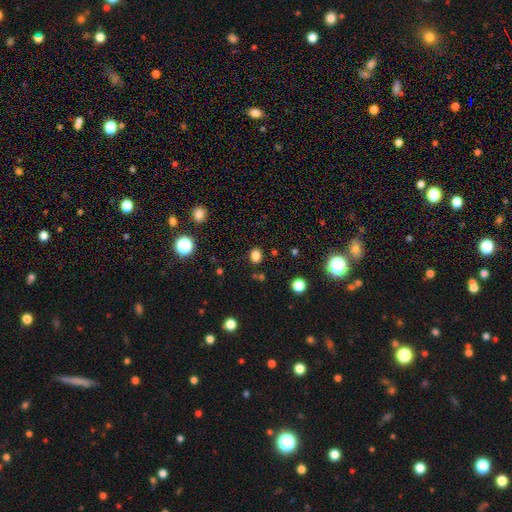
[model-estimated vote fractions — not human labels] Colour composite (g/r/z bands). It shows a smooth galaxy with no disk features (80%) that is round (62%). Merging: none (85%).